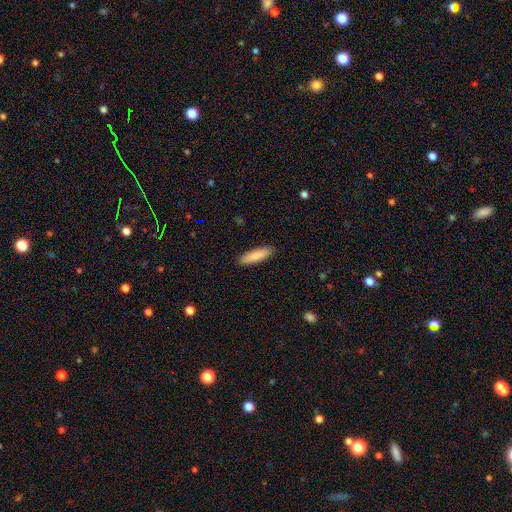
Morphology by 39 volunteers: A smooth galaxy with no disk features (90%) that is cigar-shaped (69%). Merging: none (94%).